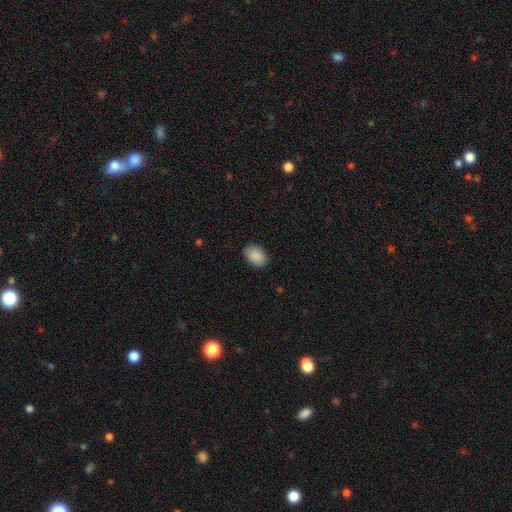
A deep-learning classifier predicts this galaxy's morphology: smooth-or-featured: smooth: 90% | star or artifact: 7% | featured or disk: 3%
  how-rounded: in between: 83% | round: 16% | cigar-shaped: 1%
  merging: none: 88% | minor disturbance: 9% | major disturbance: 2% | merger: 1%